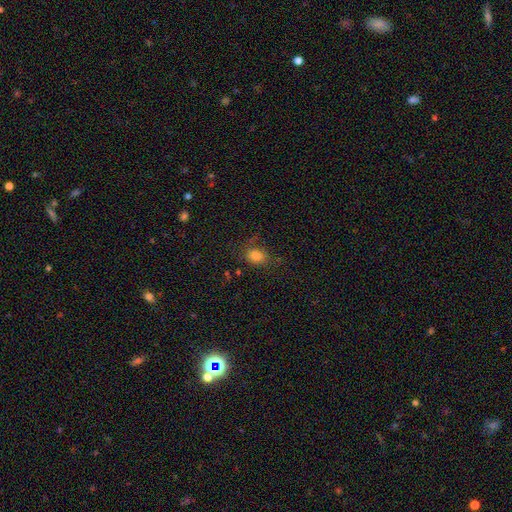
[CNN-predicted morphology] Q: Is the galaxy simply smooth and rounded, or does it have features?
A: smooth — 78%.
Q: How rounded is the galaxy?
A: in between — 64%.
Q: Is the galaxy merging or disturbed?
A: none — 62%.